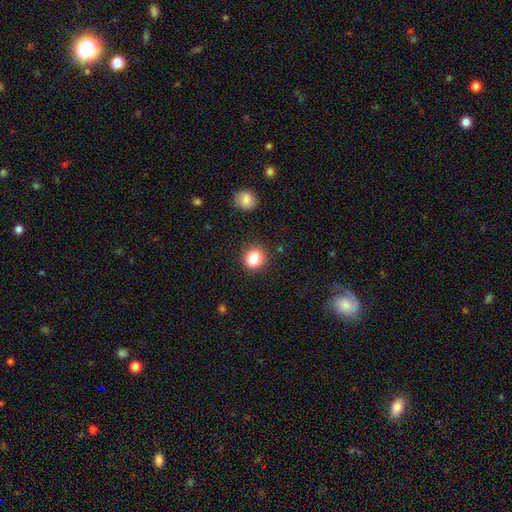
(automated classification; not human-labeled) smooth_or_featured: smooth (p=0.81) [alt: star or artifact p=0.13]
how_rounded: round (p=0.81) [alt: in between p=0.18]
merging: none (p=0.86) [alt: minor disturbance p=0.08]